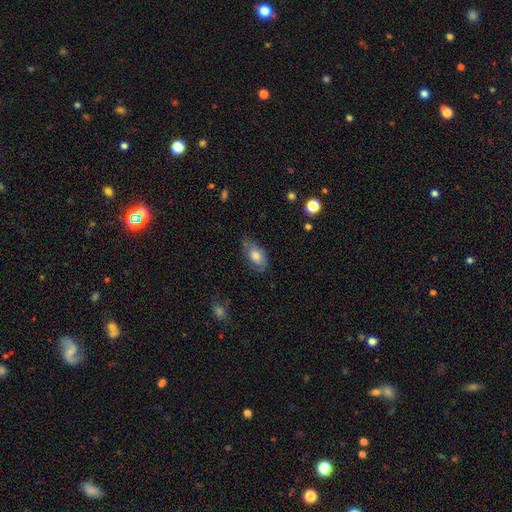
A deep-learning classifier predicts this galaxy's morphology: smooth_or_featured: smooth (p=0.67) [alt: featured or disk p=0.26]
how_rounded: in between (p=0.90) [alt: round p=0.07]
merging: none (p=0.63) [alt: minor disturbance p=0.27]